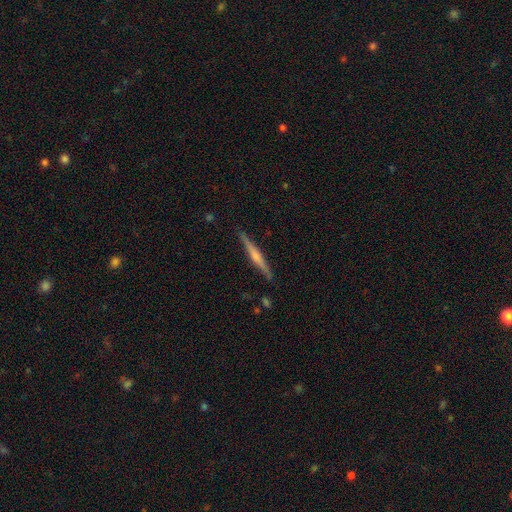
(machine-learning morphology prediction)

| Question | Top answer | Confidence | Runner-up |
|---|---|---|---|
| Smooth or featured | featured or disk | 65% | smooth (30%) |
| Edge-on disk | yes | 98% | no (2%) |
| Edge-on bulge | rounded | 63% | boxy (19%) |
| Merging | none | 89% | minor disturbance (8%) |